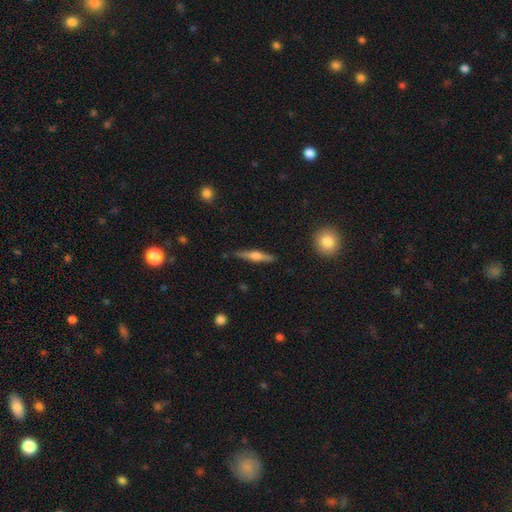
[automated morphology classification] Q: Smooth or featured?
A: featured or disk (63%); runner-up: smooth (30%)
Q: Edge-on disk?
A: yes (97%); runner-up: no (3%)
Q: Edge-on bulge?
A: rounded (88%); runner-up: boxy (8%)
Q: Merging?
A: none (89%); runner-up: minor disturbance (8%)